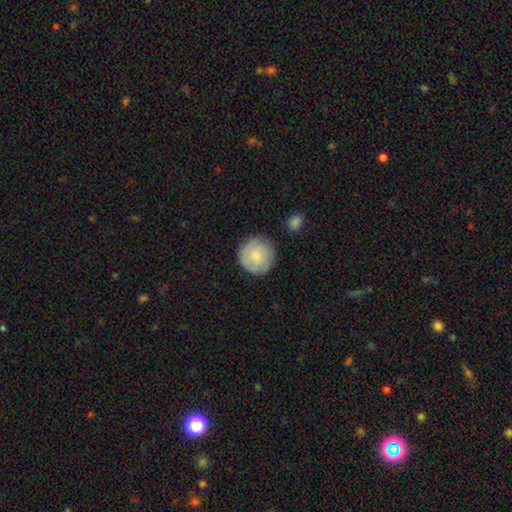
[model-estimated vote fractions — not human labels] Overall: smooth (63%; featured or disk 31%). How rounded: round (94%). Merging: none (83%).